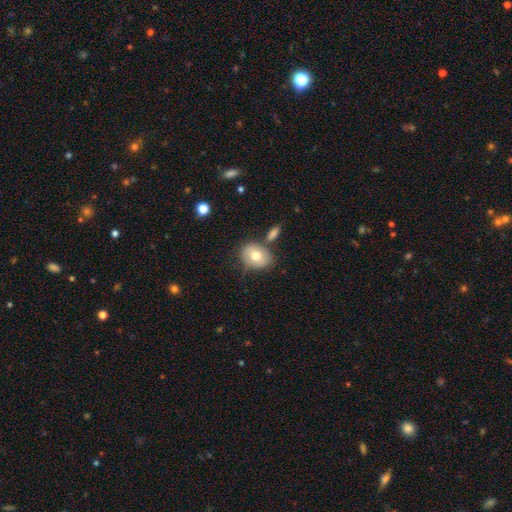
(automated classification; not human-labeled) This appears to be a smooth galaxy with no disk features (71%) that is round (53%). Merging: none (60%).